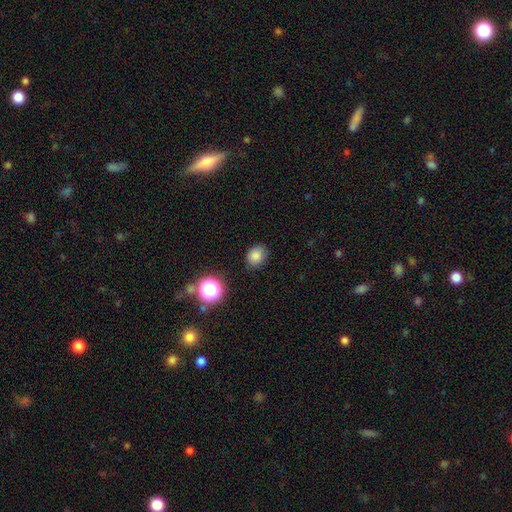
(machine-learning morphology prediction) A smooth galaxy with no disk features (81%) that is round (55%). Merging: none (81%).